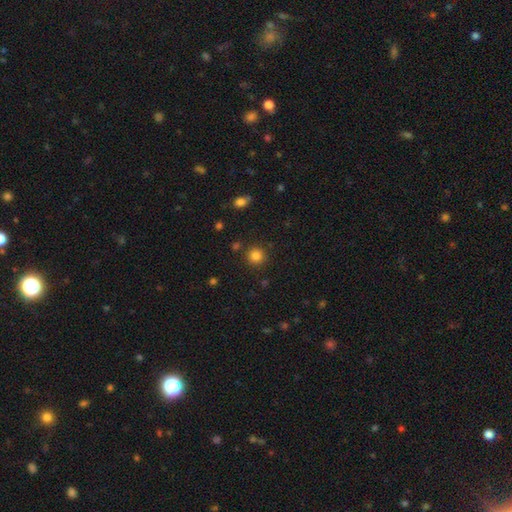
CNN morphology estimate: smooth 83%, star or artifact 12%, featured or disk 4%. Down the decision tree: how rounded — round (94%); merging — none (88%).